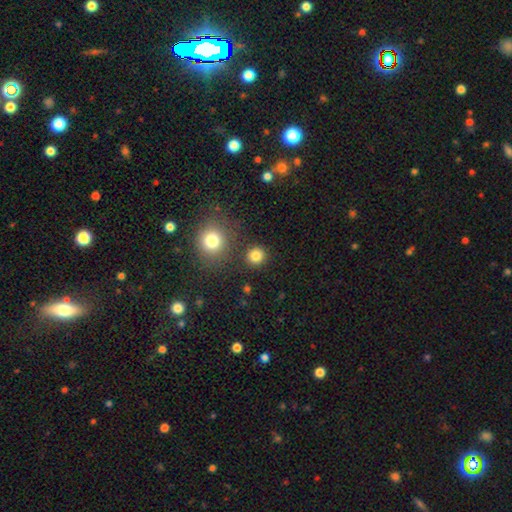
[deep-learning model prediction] Smooth or featured? Predicted: smooth (p=0.83). How rounded? Predicted: round (p=0.92). Merging? Predicted: none (p=0.87).